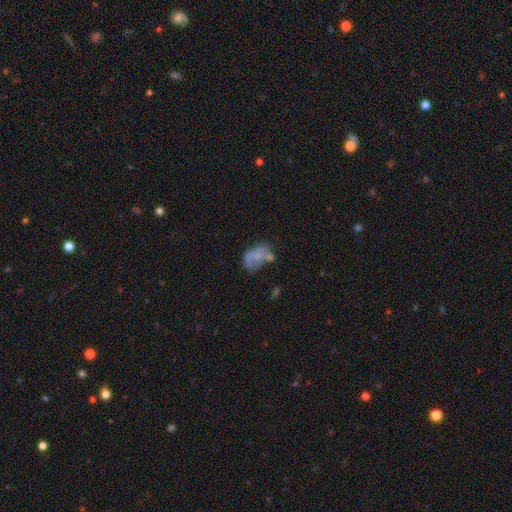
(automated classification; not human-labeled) Q: Smooth or featured?
A: smooth (47%); runner-up: featured or disk (40%)
Q: Merging?
A: none (30%); runner-up: major disturbance (24%)